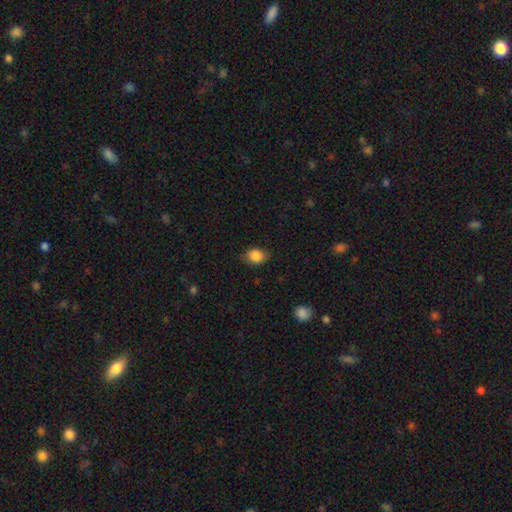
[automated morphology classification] A smooth galaxy with no disk features (87%) that is in between round and cigar-shaped (63%).

Vote fractions:
- Smooth or featured? smooth: 87% / star or artifact: 8% / featured or disk: 5%
- How rounded? in between: 63% / round: 36% / cigar-shaped: 1%
- Merging? none: 78% / minor disturbance: 17% / major disturbance: 4% / merger: 1%